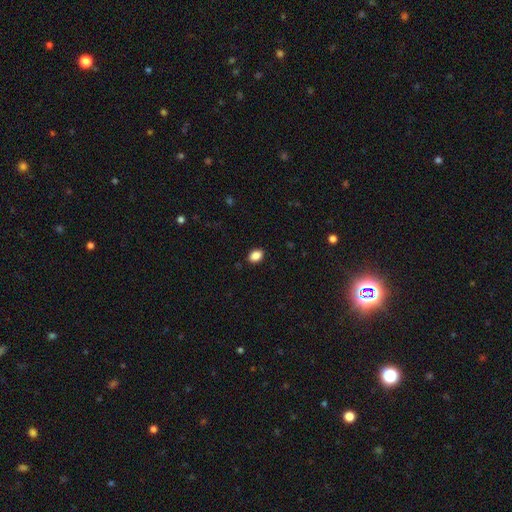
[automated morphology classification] A smooth galaxy with no disk features (88%) that is in between round and cigar-shaped (76%).

Vote fractions:
- Smooth or featured? smooth: 88% / star or artifact: 9% / featured or disk: 3%
- How rounded? in between: 76% / round: 23% / cigar-shaped: 1%
- Merging? none: 89% / minor disturbance: 8% / major disturbance: 2% / merger: 1%